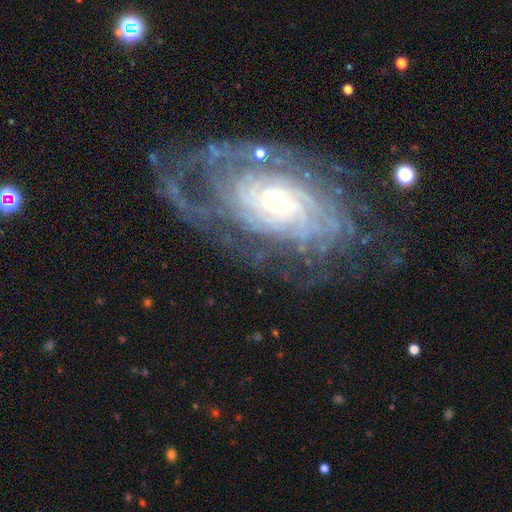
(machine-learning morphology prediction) This is clearly a featured or disk galaxy (87%). It is clearly not viewed edge-on (95%). Bar: likely no (73%). Spiral arm pattern: clearly yes (96%). Spiral arm count: marginally can't tell (37%). Spiral winding: likely tight (77%). Central bulge: likely small (72%). Merging: likely none (69%).